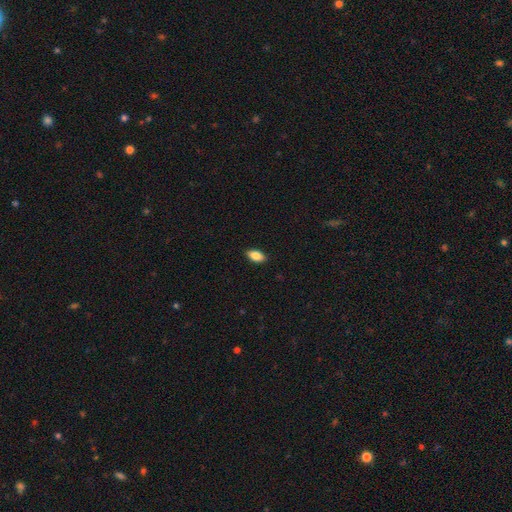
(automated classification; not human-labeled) A smooth galaxy with no disk features (85%) that is in between round and cigar-shaped (91%).

Vote fractions:
- Smooth or featured? smooth: 85% / featured or disk: 8% / star or artifact: 7%
- How rounded? in between: 91% / cigar-shaped: 5% / round: 4%
- Merging? none: 89% / minor disturbance: 8% / major disturbance: 2% / merger: 1%